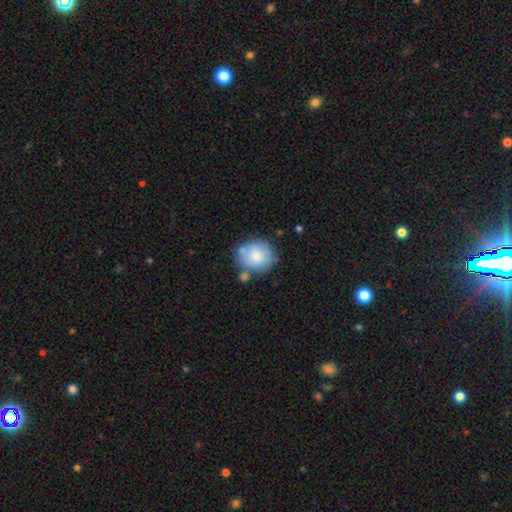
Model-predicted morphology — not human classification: A smooth galaxy with no disk features (75%) that is round (82%). Merging: none (61%).